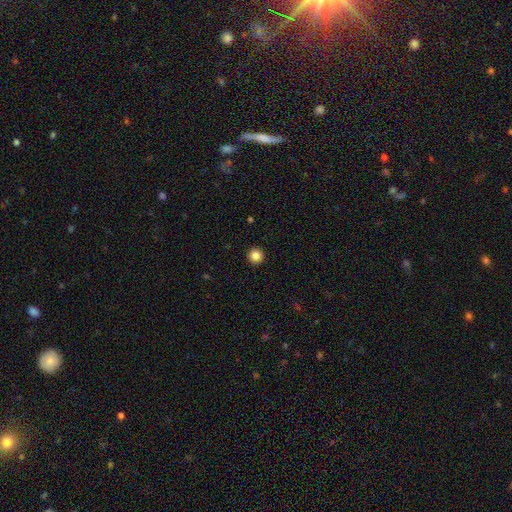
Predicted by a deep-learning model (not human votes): Smooth or featured?
  - smooth: 85% *
  - star or artifact: 11%
  - featured or disk: 4%
How rounded?
  - round: 96% *
  - in between: 3%
  - cigar-shaped: 1%
Merging?
  - none: 94% *
  - minor disturbance: 4%
  - major disturbance: 1%
  - merger: 1%